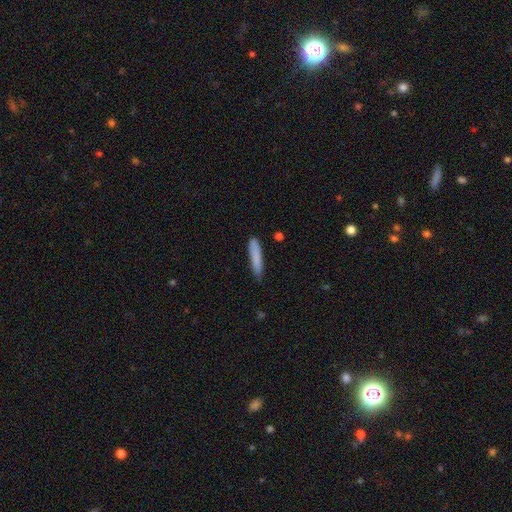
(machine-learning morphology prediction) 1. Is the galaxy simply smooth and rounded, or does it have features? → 82% smooth, 11% featured or disk, 6% star or artifact.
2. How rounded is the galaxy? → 91% cigar-shaped, 8% in between, 1% round.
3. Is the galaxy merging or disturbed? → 79% none, 16% minor disturbance, 3% major disturbance, 2% merger.